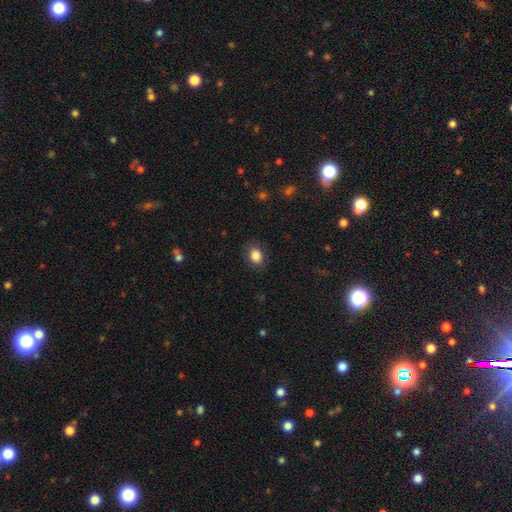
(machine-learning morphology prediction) This is clearly a smooth galaxy (86%). How rounded: likely in between (66%). Merging: clearly none (85%).